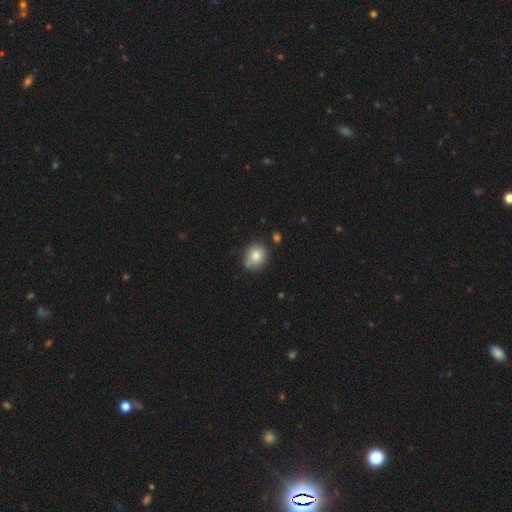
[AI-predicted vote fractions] This appears to be a smooth galaxy with no disk features (82%) that is round (74%). Merging: none (70%).